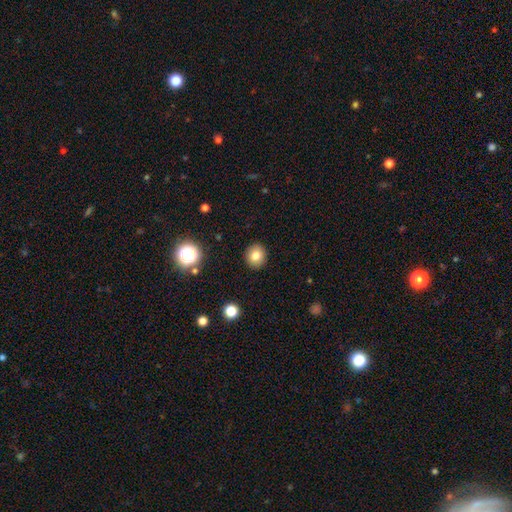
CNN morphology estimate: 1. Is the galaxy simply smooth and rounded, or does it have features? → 80% smooth, 12% star or artifact, 8% featured or disk.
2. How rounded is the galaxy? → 83% round, 16% in between, 1% cigar-shaped.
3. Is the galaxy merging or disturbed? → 91% none, 6% minor disturbance, 2% major disturbance, 1% merger.